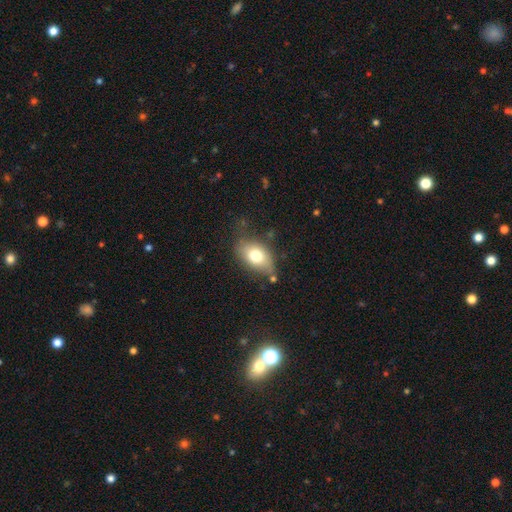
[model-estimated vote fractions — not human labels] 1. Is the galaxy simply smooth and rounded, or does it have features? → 73% smooth, 18% featured or disk, 8% star or artifact.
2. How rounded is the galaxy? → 86% in between, 12% round, 2% cigar-shaped.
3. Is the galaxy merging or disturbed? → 62% none, 25% minor disturbance, 8% major disturbance, 5% merger.